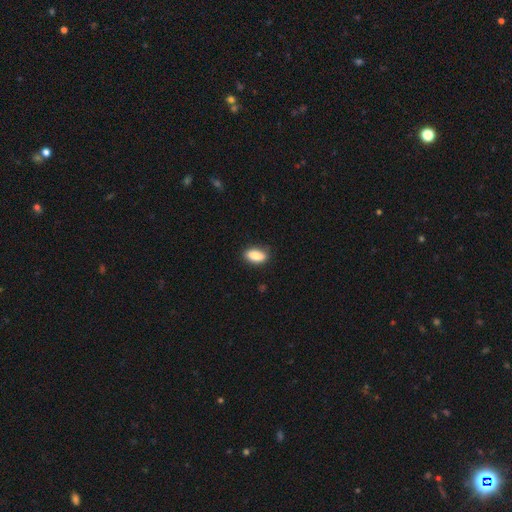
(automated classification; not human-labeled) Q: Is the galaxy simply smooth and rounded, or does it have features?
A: smooth — 86%.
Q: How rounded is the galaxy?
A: in between — 84%.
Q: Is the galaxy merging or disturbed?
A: none — 82%.